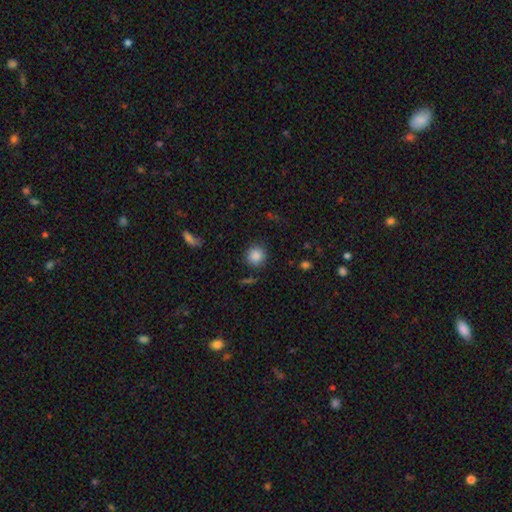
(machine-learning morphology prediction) Smooth or featured? Predicted: smooth (p=0.87). How rounded? Predicted: round (p=0.91). Merging? Predicted: none (p=0.85).